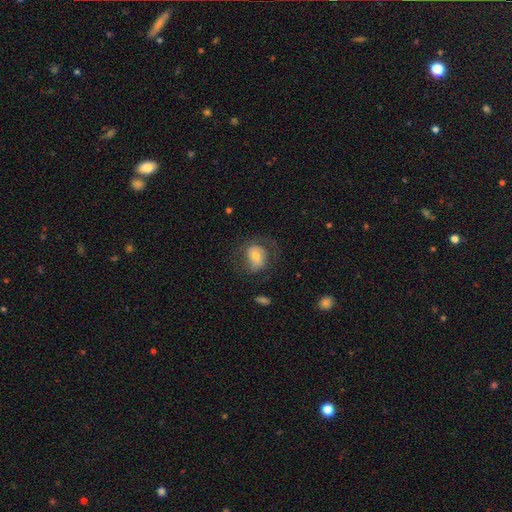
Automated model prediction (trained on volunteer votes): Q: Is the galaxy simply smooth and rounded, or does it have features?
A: featured or disk — 48%.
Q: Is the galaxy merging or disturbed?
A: none — 57%.